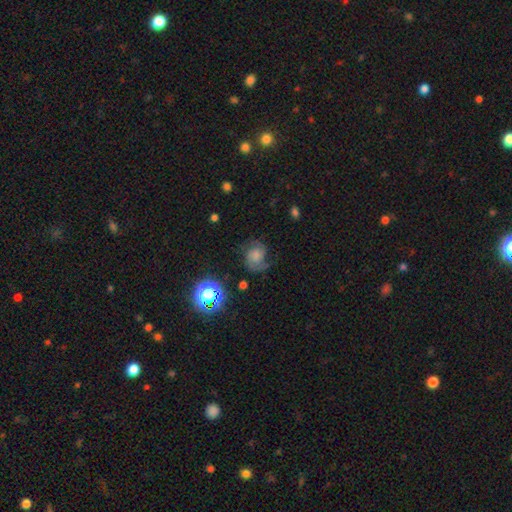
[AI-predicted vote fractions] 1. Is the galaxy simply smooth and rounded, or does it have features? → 65% featured or disk, 23% smooth, 12% star or artifact.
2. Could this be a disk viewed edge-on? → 98% no, 2% yes.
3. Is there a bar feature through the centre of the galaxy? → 71% no, 24% weak, 4% strong.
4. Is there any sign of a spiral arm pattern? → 93% yes, 7% no.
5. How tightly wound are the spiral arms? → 48% medium, 27% tight, 25% loose.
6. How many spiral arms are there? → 78% 2, 8% can't tell, 6% 1, 4% 3, 2% 4, 2% more than 4.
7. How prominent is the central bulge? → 30% small, 27% moderate, 23% none, 15% large, 5% dominant.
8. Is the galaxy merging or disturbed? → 61% none, 21% minor disturbance, 16% major disturbance, 2% merger.